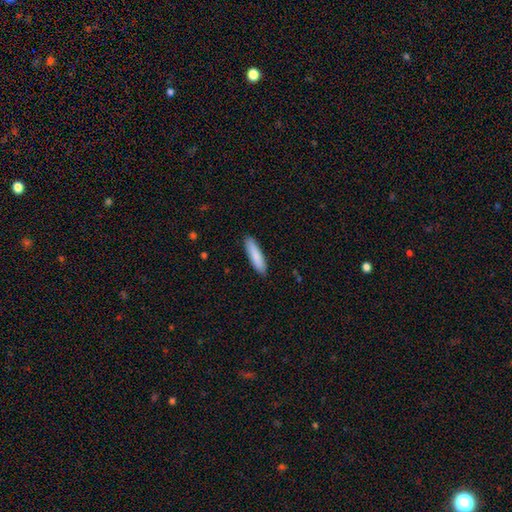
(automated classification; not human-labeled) Smooth or featured? smooth (86%)
How rounded? cigar-shaped (73%)
Merging? none (89%)